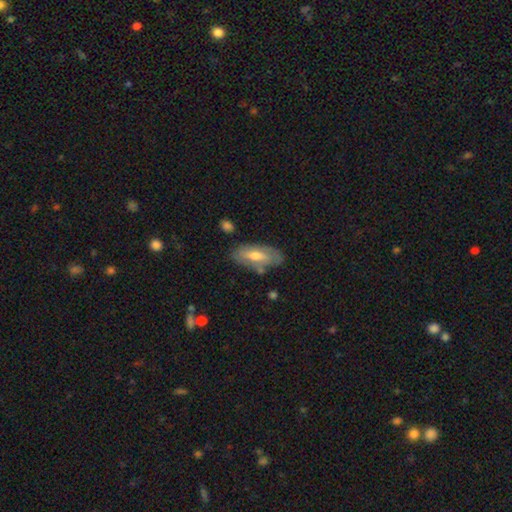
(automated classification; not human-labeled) smooth 52%, featured or disk 41%, star or artifact 6%. Down the decision tree: how rounded — in between (80%); merging — none (70%).